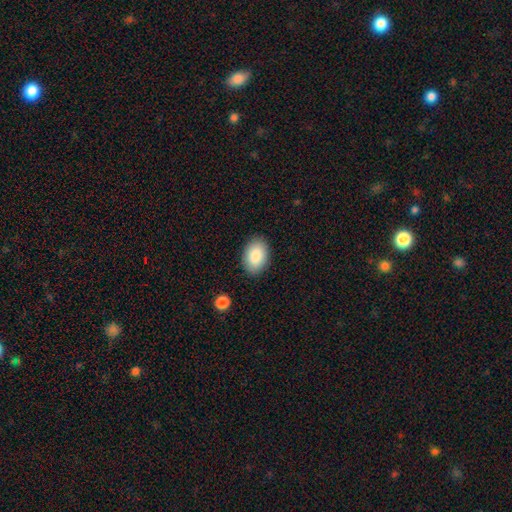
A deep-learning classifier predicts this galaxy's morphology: Q: Smooth or featured?
A: smooth (87%); runner-up: featured or disk (6%)
Q: How rounded?
A: in between (90%); runner-up: round (8%)
Q: Merging?
A: none (87%); runner-up: minor disturbance (9%)